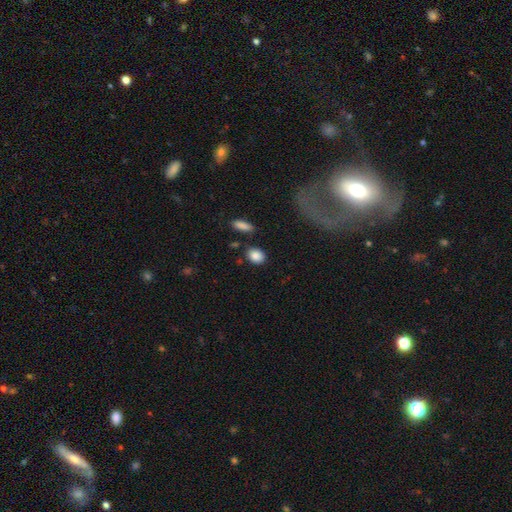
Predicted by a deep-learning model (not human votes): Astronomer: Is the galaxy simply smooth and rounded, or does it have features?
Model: smooth — 88%.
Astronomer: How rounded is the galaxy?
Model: in between — 59% (runner-up: round, 39%).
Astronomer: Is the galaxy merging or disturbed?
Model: none — 79%.